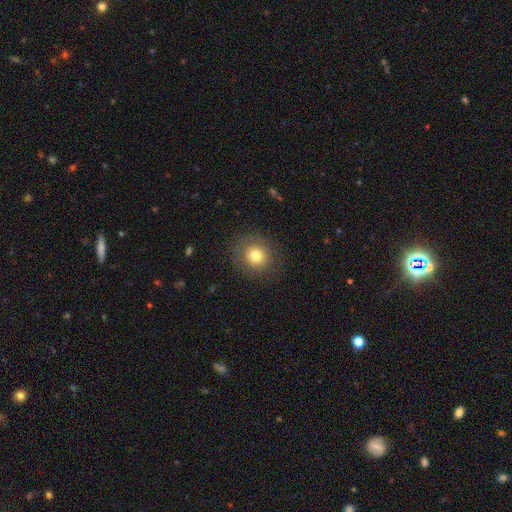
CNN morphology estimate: type=smooth (75%); roundness=round (85%); merging=none (83%).